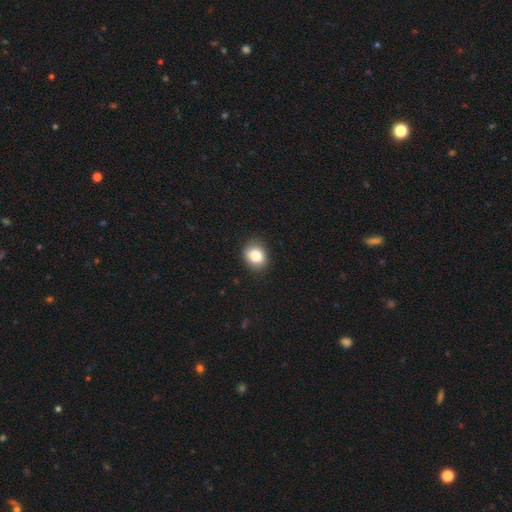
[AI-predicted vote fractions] smooth_or_featured: smooth (p=0.86) [alt: star or artifact p=0.09]
how_rounded: round (p=0.50) [alt: in between p=0.49]
merging: none (p=0.82) [alt: minor disturbance p=0.14]